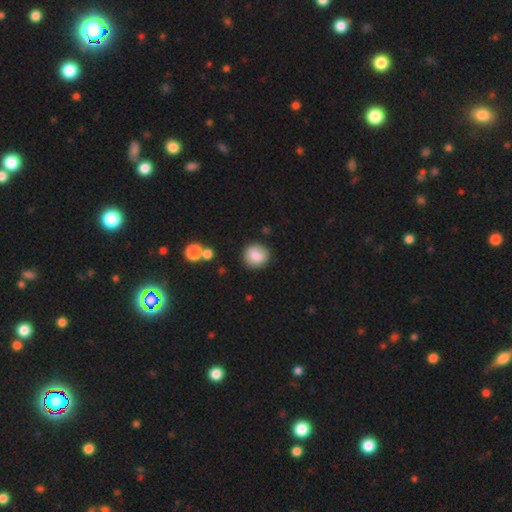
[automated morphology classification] A smooth galaxy with no disk features (84%) that is round (84%). Merging: none (83%).